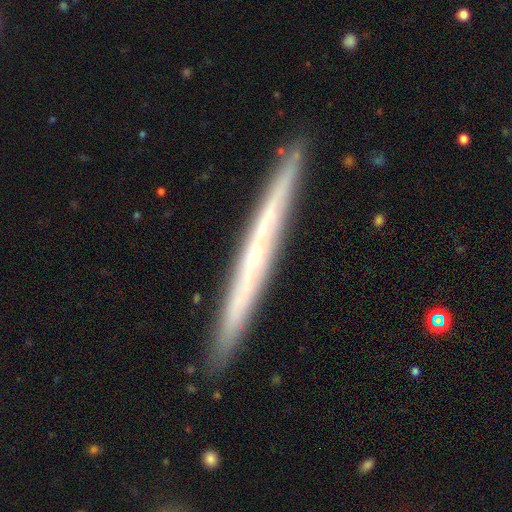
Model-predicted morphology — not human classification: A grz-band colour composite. It shows a featured or disk galaxy (73%) viewed edge-on (96%) with no central bulge (59%). Merging: none (90%).